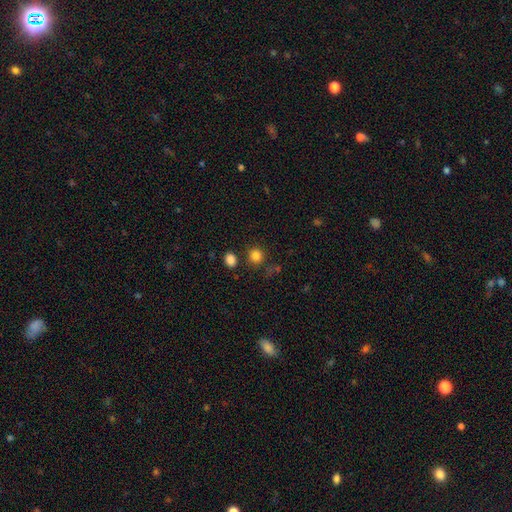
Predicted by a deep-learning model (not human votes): This appears to be a smooth galaxy with no disk features (83%) that is round (87%). Merging: none (80%).